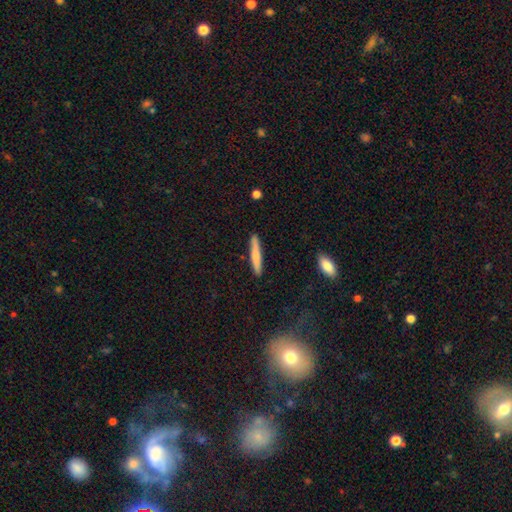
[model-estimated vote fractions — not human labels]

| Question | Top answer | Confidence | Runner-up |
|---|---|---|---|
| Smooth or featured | smooth | 73% | featured or disk (22%) |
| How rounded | cigar-shaped | 94% | in between (4%) |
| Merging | none | 89% | minor disturbance (8%) |